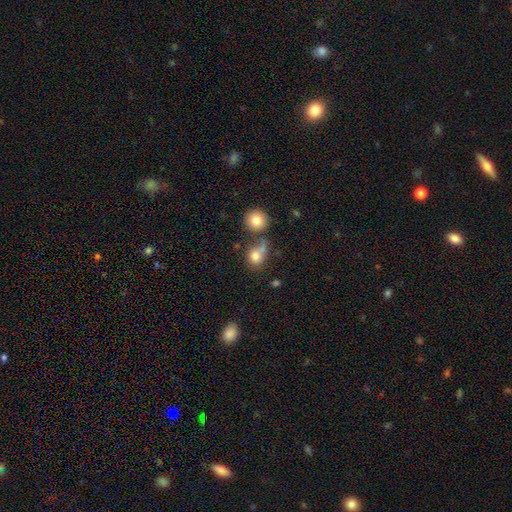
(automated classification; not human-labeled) smooth_or_featured: smooth (p=0.78) [alt: star or artifact p=0.11]
how_rounded: round (p=0.66) [alt: in between p=0.32]
merging: none (p=0.42) [alt: merger p=0.33]